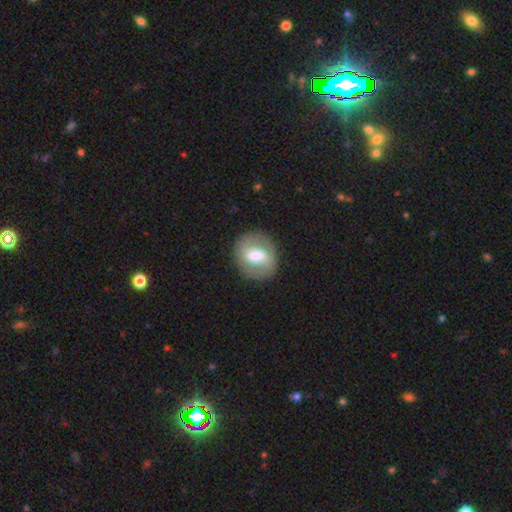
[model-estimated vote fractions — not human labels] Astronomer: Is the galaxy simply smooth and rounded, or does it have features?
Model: smooth — 50% (runner-up: featured or disk, 42%).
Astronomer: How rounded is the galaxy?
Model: round — 63%.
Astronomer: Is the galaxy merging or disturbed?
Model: none — 80%.